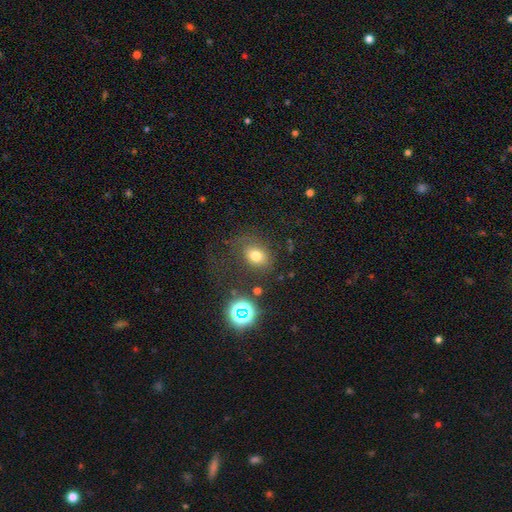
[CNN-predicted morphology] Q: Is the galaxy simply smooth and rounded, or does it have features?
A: smooth — 71%.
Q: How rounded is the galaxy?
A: in between — 64%.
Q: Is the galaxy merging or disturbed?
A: none — 64%.